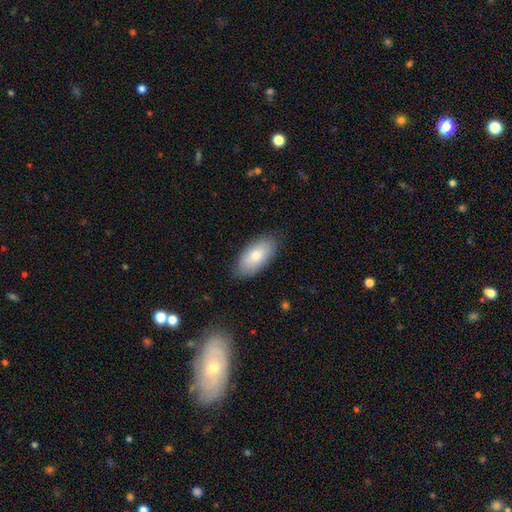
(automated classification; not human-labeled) Q: Smooth or featured?
A: smooth (78%); runner-up: featured or disk (16%)
Q: How rounded?
A: in between (93%); runner-up: cigar-shaped (4%)
Q: Merging?
A: none (83%); runner-up: minor disturbance (13%)